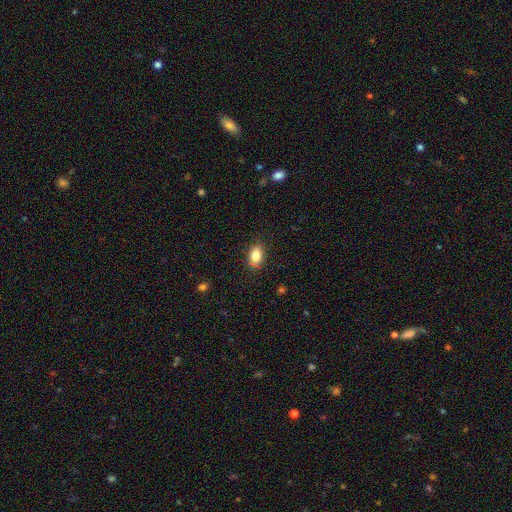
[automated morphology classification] Smooth or featured?
  - smooth: 84% *
  - featured or disk: 8%
  - star or artifact: 8%
How rounded?
  - in between: 88% *
  - round: 10%
  - cigar-shaped: 2%
Merging?
  - none: 85% *
  - minor disturbance: 11%
  - major disturbance: 2%
  - merger: 1%